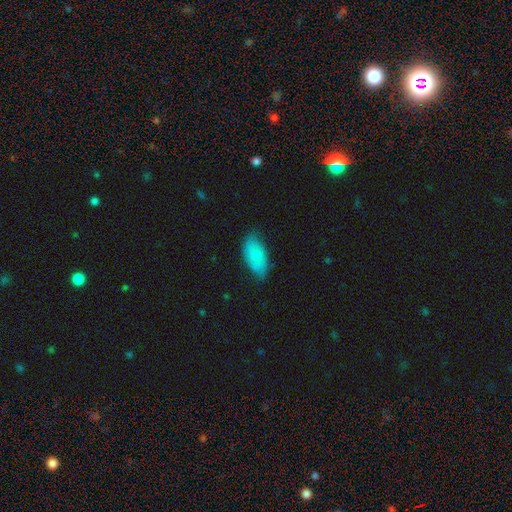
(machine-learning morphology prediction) Q: Smooth or featured?
A: smooth (76%); runner-up: featured or disk (17%)
Q: How rounded?
A: in between (90%); runner-up: cigar-shaped (7%)
Q: Merging?
A: none (71%); runner-up: minor disturbance (23%)